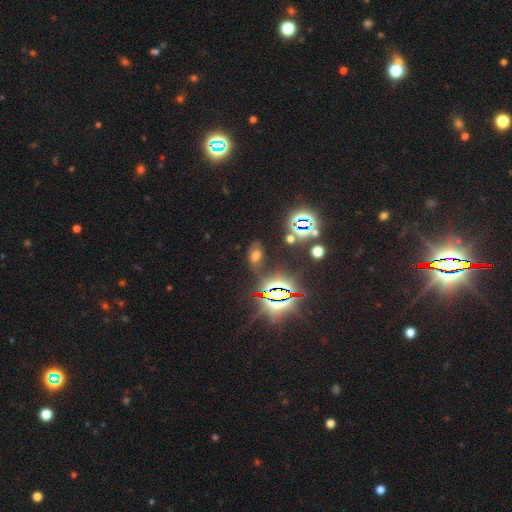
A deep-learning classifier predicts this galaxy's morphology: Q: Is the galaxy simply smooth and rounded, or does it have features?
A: star or artifact — 43%.